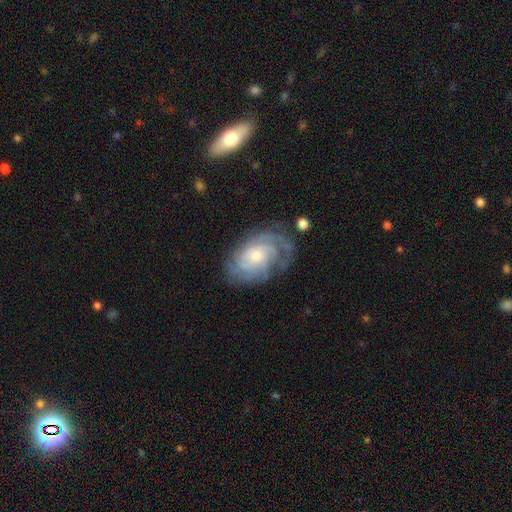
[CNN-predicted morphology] smooth_or_featured: featured or disk (p=0.83) [alt: smooth p=0.11]
disk_edge_on: no (p=0.97) [alt: yes p=0.03]
bar: no (p=0.71) [alt: weak p=0.25]
has_spiral_arms: yes (p=0.95) [alt: no p=0.05]
spiral_winding: tight (p=0.64) [alt: medium p=0.28]
spiral_arm_count: can't tell (p=0.37) [alt: 2 p=0.20]
bulge_size: small (p=0.47) [alt: moderate p=0.44]
merging: none (p=0.69) [alt: minor disturbance p=0.19]